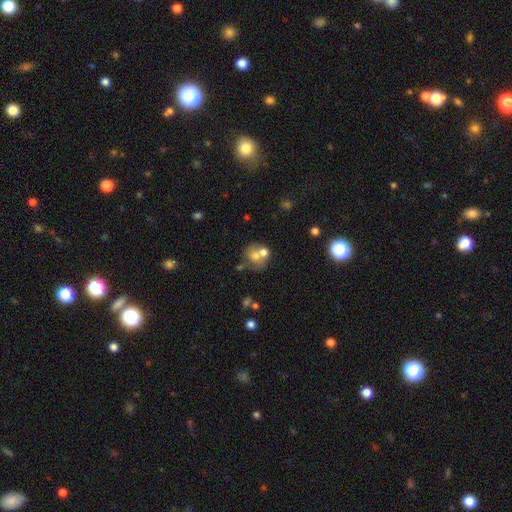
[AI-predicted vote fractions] Smooth or featured?
  - smooth: 62% *
  - featured or disk: 26%
  - star or artifact: 12%
How rounded?
  - round: 74% *
  - in between: 25%
  - cigar-shaped: 1%
Merging?
  - merger: 46% *
  - none: 39%
  - minor disturbance: 10%
  - major disturbance: 5%